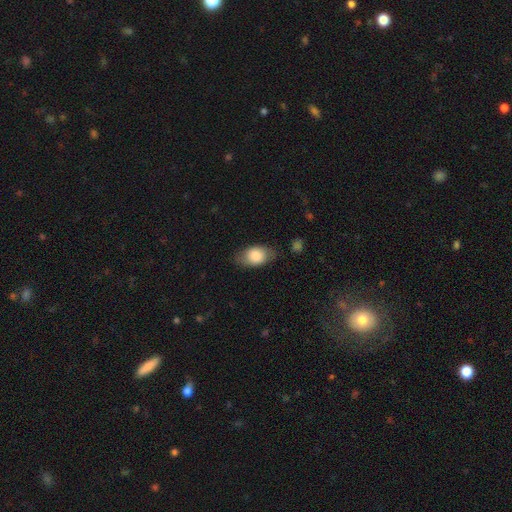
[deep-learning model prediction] Smooth or featured: smooth — 80% (featured or disk — 13%)
How rounded: in between — 86% (round — 12%)
Merging: none — 74% (minor disturbance — 18%)